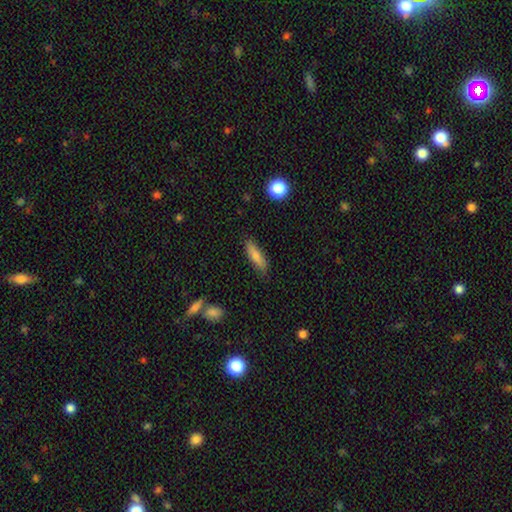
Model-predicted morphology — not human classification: Smooth or featured? smooth (77%)
How rounded? cigar-shaped (60%)
Merging? none (82%)